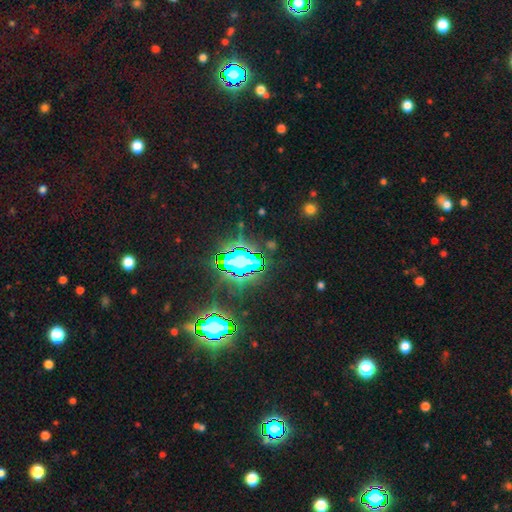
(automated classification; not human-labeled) smooth_or_featured: star or artifact (p=0.82) [alt: smooth p=0.10]